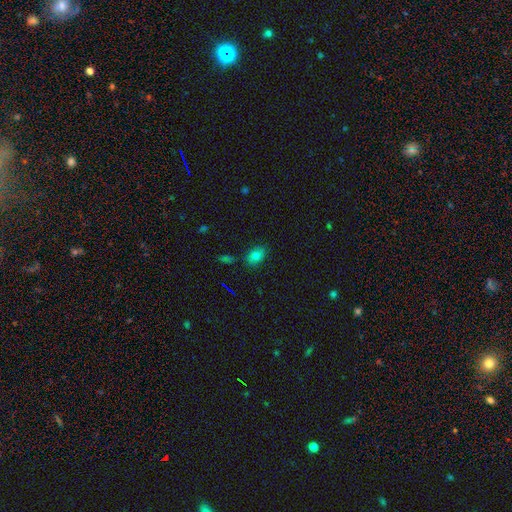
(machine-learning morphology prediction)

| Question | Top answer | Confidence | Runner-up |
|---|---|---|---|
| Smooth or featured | smooth | 74% | star or artifact (15%) |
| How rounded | in between | 72% | round (27%) |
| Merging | none | 80% | minor disturbance (14%) |